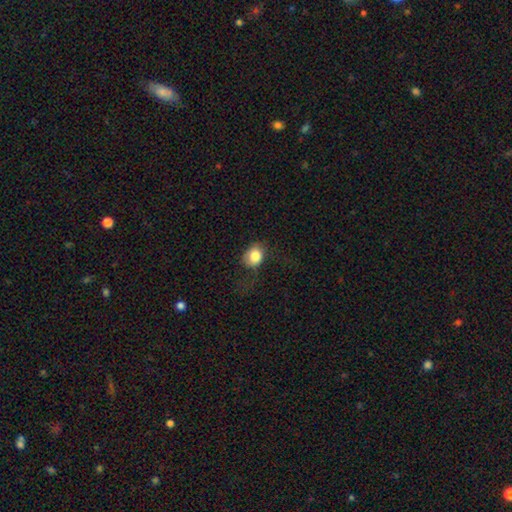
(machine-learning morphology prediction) This appears to be a smooth galaxy with no disk features (82%) that is in between round and cigar-shaped (50%). Merging: none (52%).